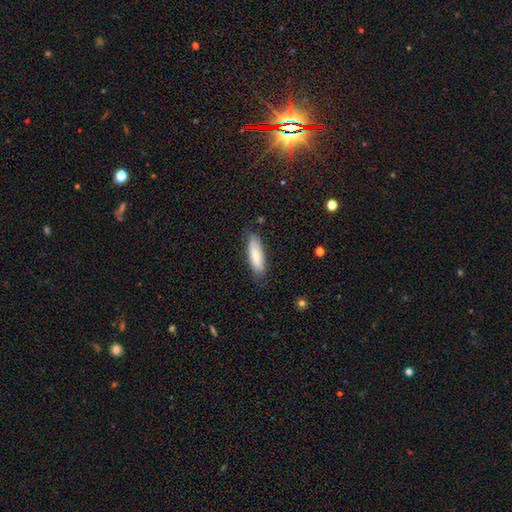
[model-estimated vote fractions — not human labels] Q: Smooth or featured?
A: smooth (82%); runner-up: featured or disk (12%)
Q: How rounded?
A: cigar-shaped (51%); runner-up: in between (47%)
Q: Merging?
A: none (78%); runner-up: minor disturbance (17%)